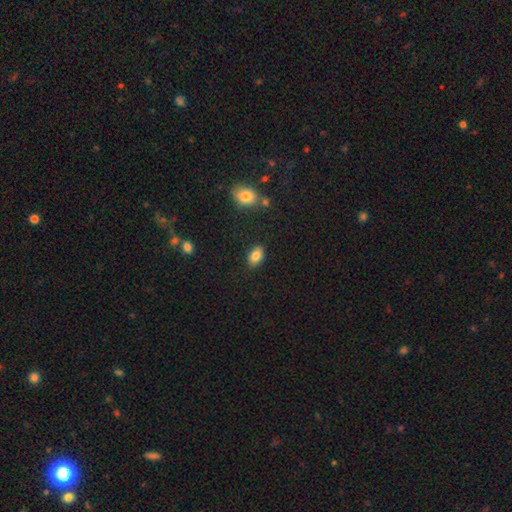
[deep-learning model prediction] smooth 83%, star or artifact 9%, featured or disk 8%. Down the decision tree: how rounded — in between (86%); merging — none (84%).